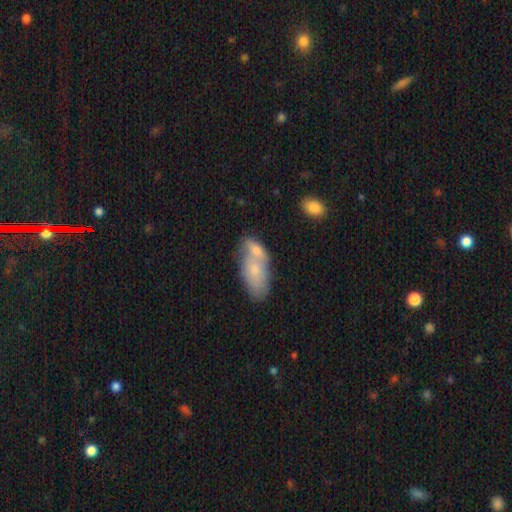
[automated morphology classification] smooth 66%, featured or disk 26%, star or artifact 7%. Down the decision tree: how rounded — in between (87%); merging — merger (53%).